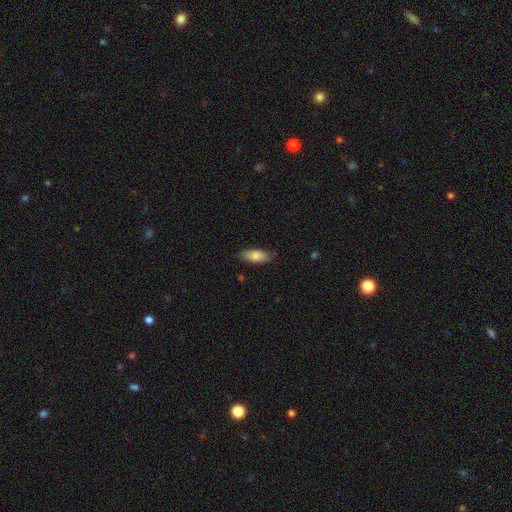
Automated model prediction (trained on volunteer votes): This appears to be a smooth galaxy with no disk features (82%) that is in between round and cigar-shaped (80%). Merging: none (82%).